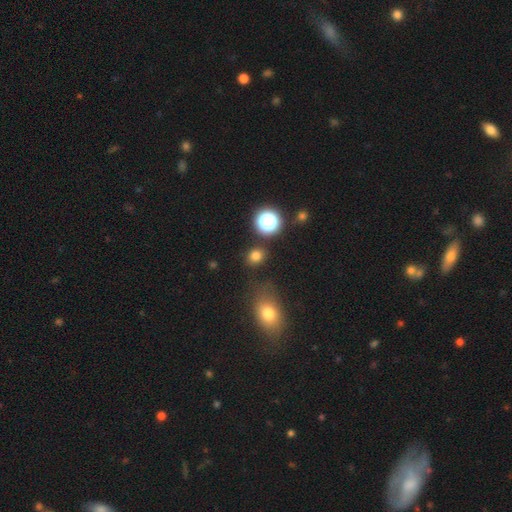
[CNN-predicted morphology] type=smooth (77%); roundness=round (67%); merging=none (81%).